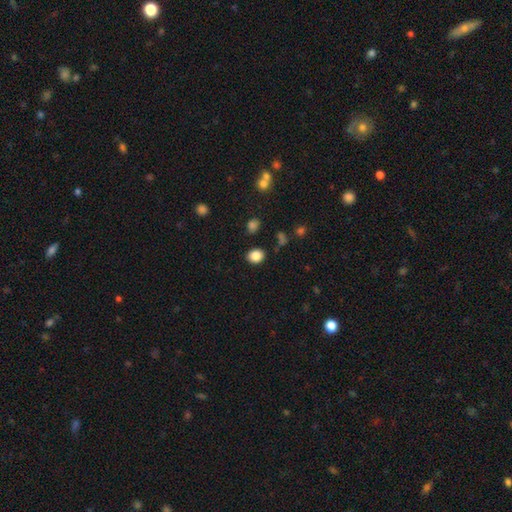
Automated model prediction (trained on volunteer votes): Overall: smooth (86%). How rounded: round (61%; in between 38%). Merging: none (86%).